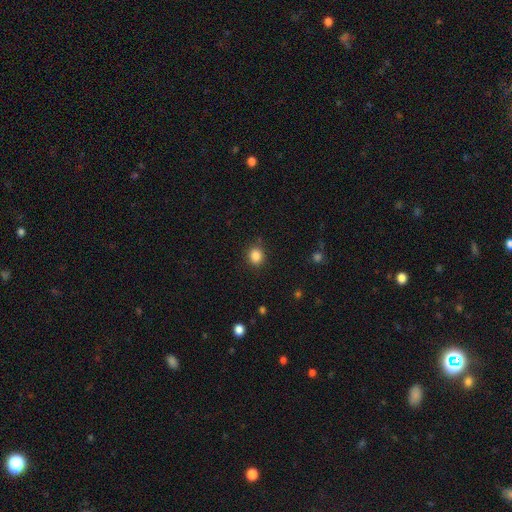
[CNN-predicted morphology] This is clearly a smooth galaxy (86%). How rounded: likely round (78%). Merging: clearly none (88%).